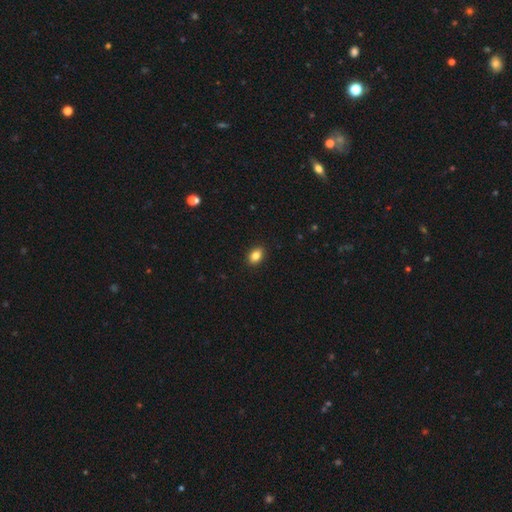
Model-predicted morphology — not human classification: Smooth or featured? Predicted: smooth (p=0.85). How rounded? Predicted: in between (p=0.76). Merging? Predicted: none (p=0.90).